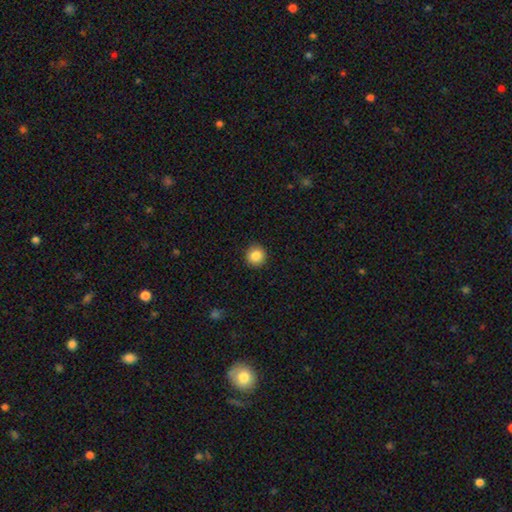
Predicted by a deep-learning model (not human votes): smooth-or-featured: smooth: 86% | star or artifact: 9% | featured or disk: 5%
  how-rounded: round: 94% | in between: 5% | cigar-shaped: 1%
  merging: none: 92% | minor disturbance: 5% | major disturbance: 2% | merger: 1%